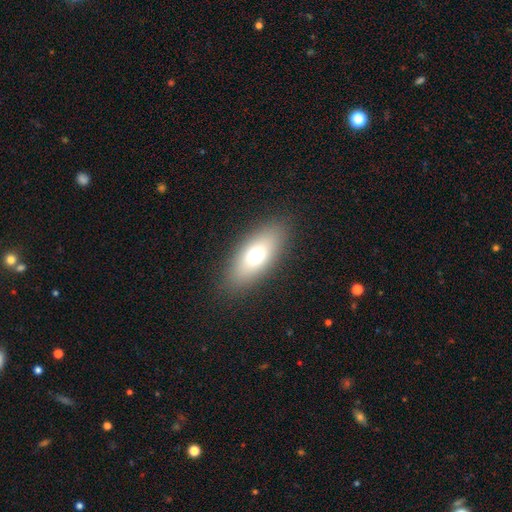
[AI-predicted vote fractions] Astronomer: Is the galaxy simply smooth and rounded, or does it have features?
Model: smooth — 70%.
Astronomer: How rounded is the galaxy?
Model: in between — 80%.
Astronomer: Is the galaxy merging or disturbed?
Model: none — 87%.